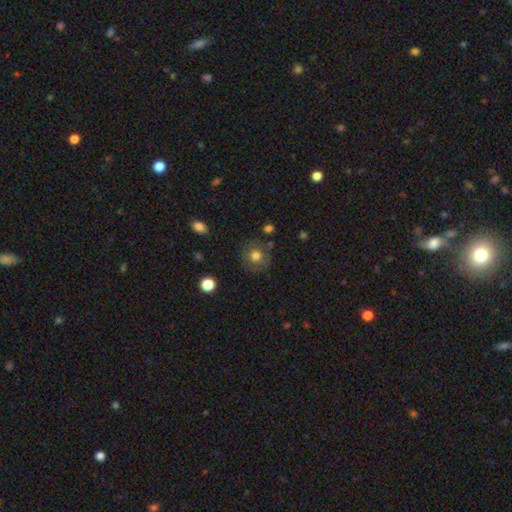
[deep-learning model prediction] Overall: smooth (74%). How rounded: round (87%). Merging: none (80%).